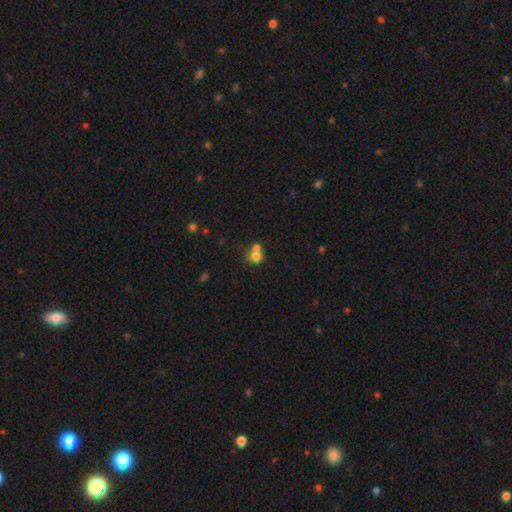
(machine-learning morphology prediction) Smooth or featured? Predicted: smooth (p=0.73). How rounded? Predicted: round (p=0.77). Merging? Predicted: merger (p=0.57).